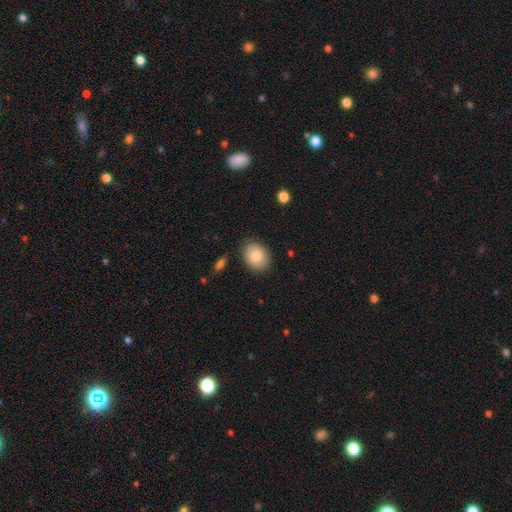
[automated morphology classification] smooth_or_featured: smooth (p=0.81) [alt: featured or disk p=0.12]
how_rounded: in between (p=0.56) [alt: round p=0.43]
merging: none (p=0.84) [alt: minor disturbance p=0.12]